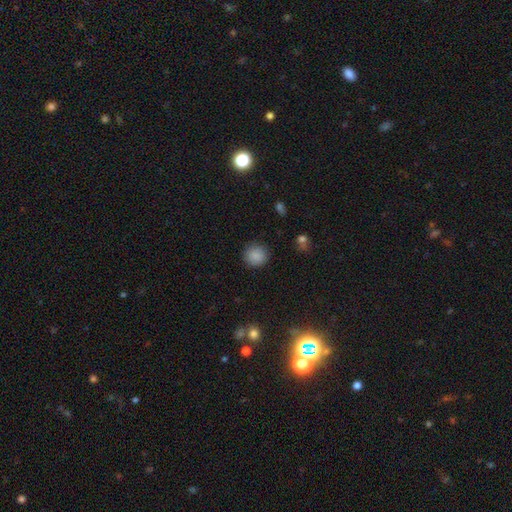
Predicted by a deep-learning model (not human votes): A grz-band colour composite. It shows a smooth galaxy with no disk features (87%) that is round (93%). Merging: none (89%).